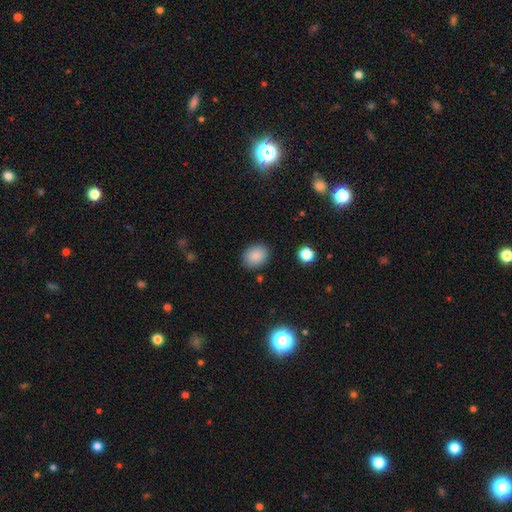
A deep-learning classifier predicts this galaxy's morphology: Smooth or featured? Predicted: smooth (p=0.86). How rounded? Predicted: in between (p=0.55). Merging? Predicted: none (p=0.86).